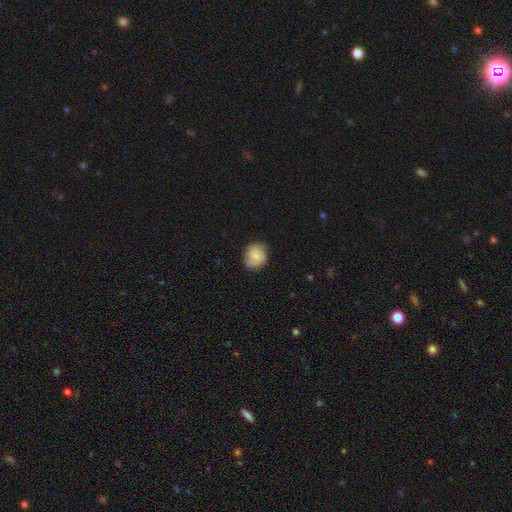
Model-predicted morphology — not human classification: smooth 80%, featured or disk 13%, star or artifact 7%. Down the decision tree: how rounded — round (74%); merging — none (76%).